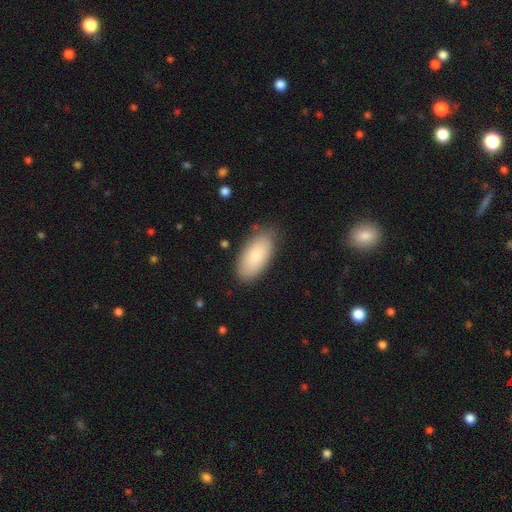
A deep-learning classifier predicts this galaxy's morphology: type=smooth (82%); roundness=in between (93%); merging=none (83%).